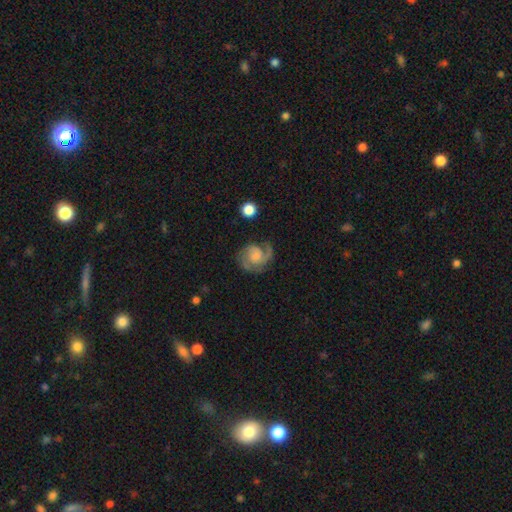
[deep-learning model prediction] Smooth or featured: featured or disk — 82% (smooth — 12%)
Edge-on disk: no — 98% (yes — 2%)
Bar: no — 63% (weak — 33%)
Spiral arms: yes — 96% (no — 4%)
Spiral winding: medium — 48% (tight — 37%)
Spiral arm count: 2 — 53% (3 — 20%)
Bulge size: small — 32% (none — 30%)
Merging: none — 66% (minor disturbance — 18%)